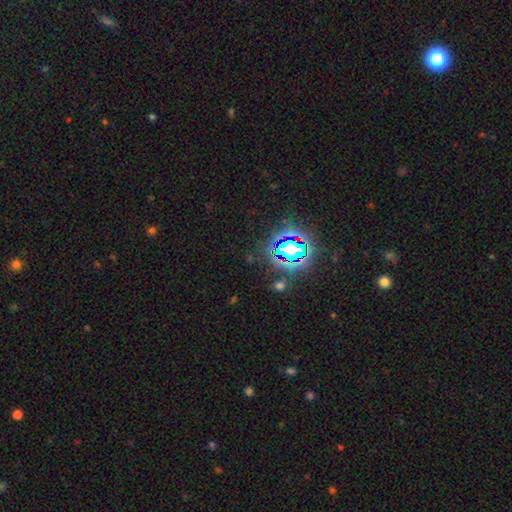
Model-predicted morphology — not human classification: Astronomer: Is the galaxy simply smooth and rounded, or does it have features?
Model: star or artifact — 79%.